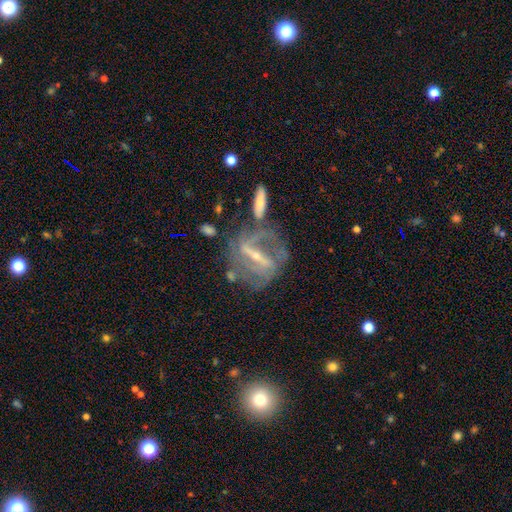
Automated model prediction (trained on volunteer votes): Smooth or featured? featured or disk (82%)
Edge-on disk? no (89%)
Bar? strong (65%)
Spiral arms? yes (81%)
Spiral winding? medium (43%)
Spiral arm count? 2 (58%)
Bulge size? small (68%)
Merging? none (51%)